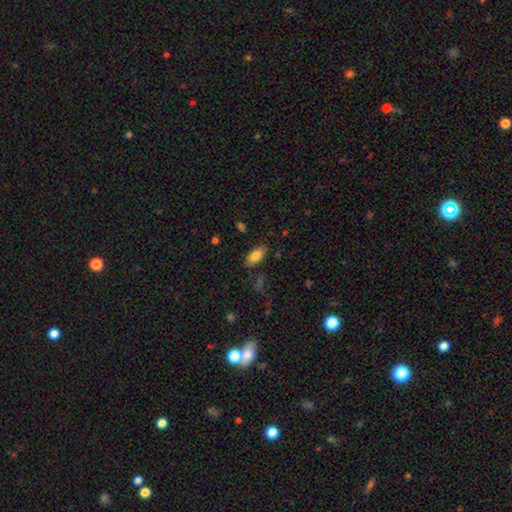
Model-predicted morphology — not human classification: This appears to be a smooth galaxy with no disk features (82%) that is in between round and cigar-shaped (90%). Merging: none (83%).